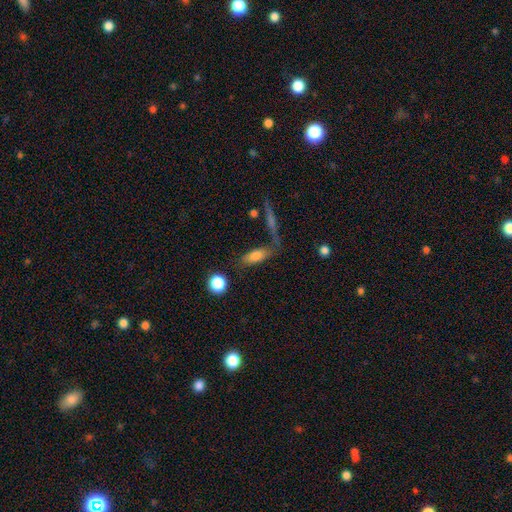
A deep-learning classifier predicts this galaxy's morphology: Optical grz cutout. It shows a smooth galaxy with no disk features (75%) that is in between round and cigar-shaped (72%). Merging: none (60%).